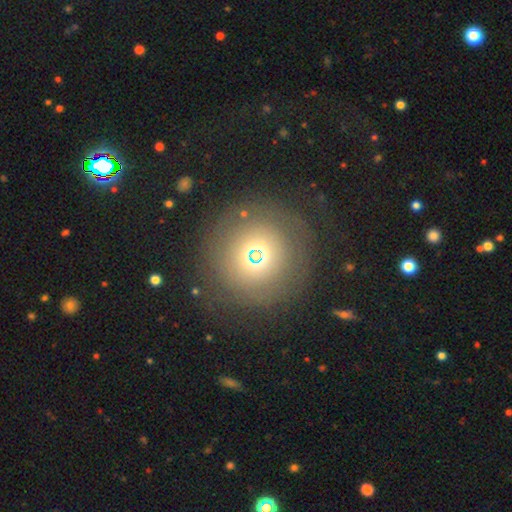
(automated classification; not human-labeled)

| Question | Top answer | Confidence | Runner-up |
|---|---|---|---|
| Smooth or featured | smooth | 52% | star or artifact (25%) |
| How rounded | round | 91% | in between (8%) |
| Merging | none | 80% | minor disturbance (11%) |